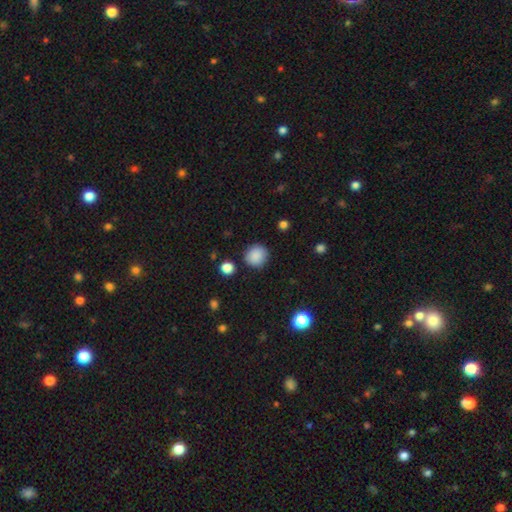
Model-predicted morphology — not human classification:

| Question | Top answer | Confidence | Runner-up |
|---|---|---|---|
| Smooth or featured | smooth | 87% | star or artifact (9%) |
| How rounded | round | 89% | in between (10%) |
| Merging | none | 86% | minor disturbance (9%) |